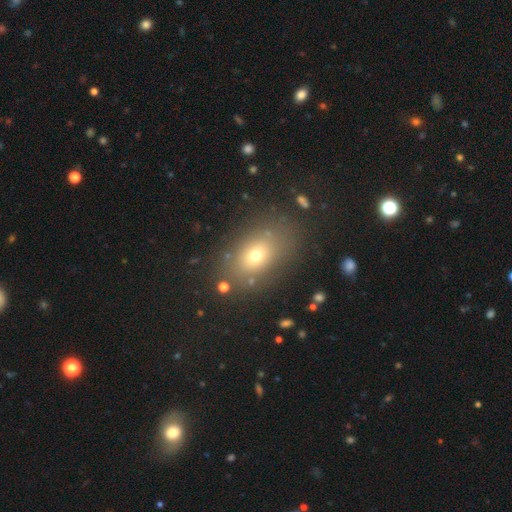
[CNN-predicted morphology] A smooth galaxy with no disk features (67%) that is in between round and cigar-shaped (72%). Merging: none (80%).